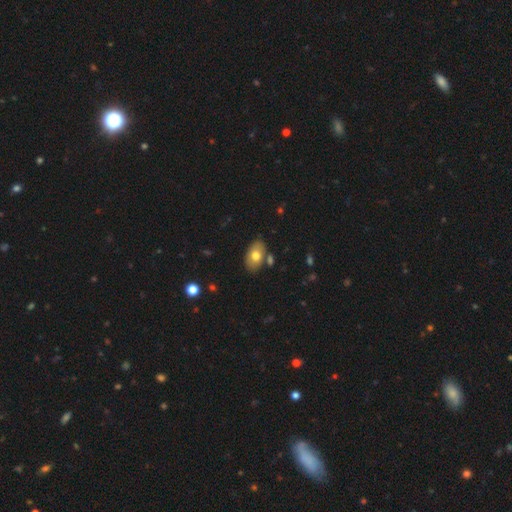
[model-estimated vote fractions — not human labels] Q: Smooth or featured?
A: smooth (72%); runner-up: featured or disk (20%)
Q: How rounded?
A: in between (91%); runner-up: round (8%)
Q: Merging?
A: none (77%); runner-up: minor disturbance (12%)